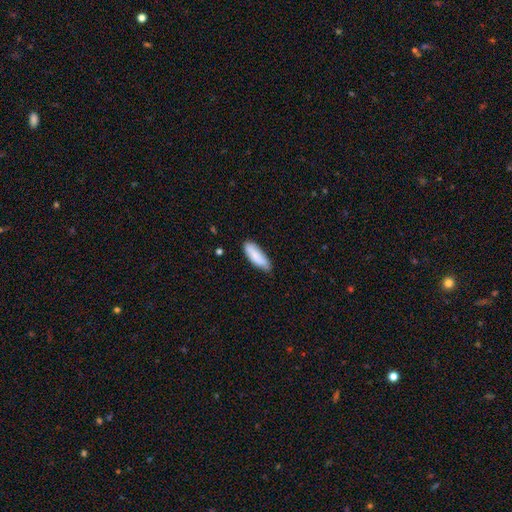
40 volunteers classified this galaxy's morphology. smooth_or_featured: smooth (p=0.97) [alt: star or artifact p=0.03]
how_rounded: in between (p=0.62) [alt: cigar-shaped p=0.38]
merging: none (p=0.85) [alt: minor disturbance p=0.13]